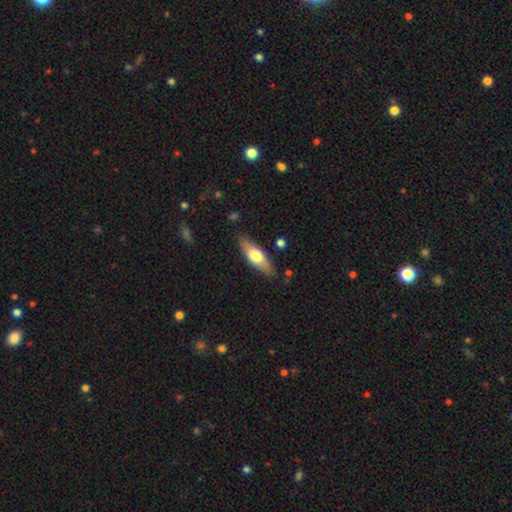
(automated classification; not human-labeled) smooth 56%, featured or disk 39%, star or artifact 6%. Down the decision tree: how rounded — in between (54%); merging — none (85%).